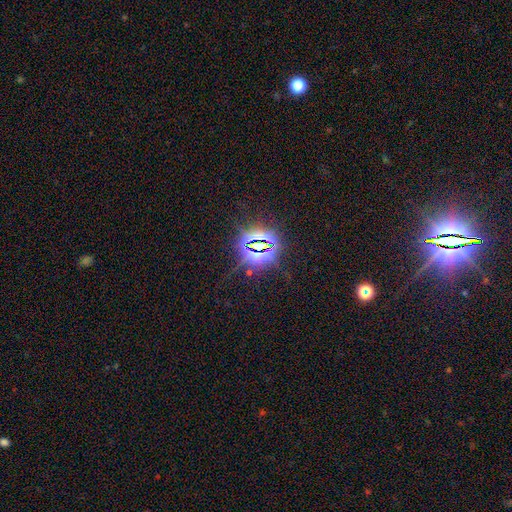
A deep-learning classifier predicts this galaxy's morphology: Smooth or featured? Predicted: star or artifact (p=0.82).